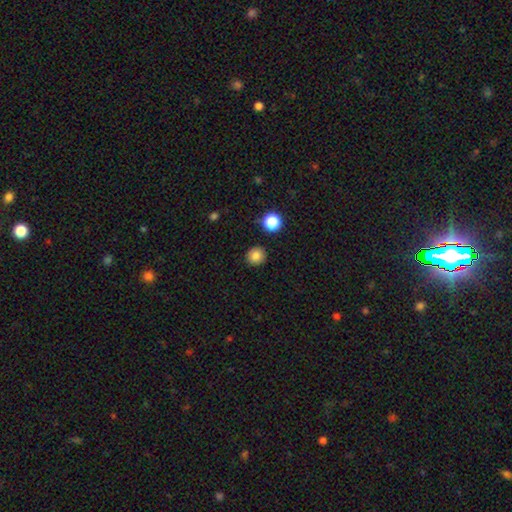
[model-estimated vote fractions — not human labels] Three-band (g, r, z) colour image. It shows a smooth galaxy with no disk features (84%) that is round (93%). Merging: none (91%).